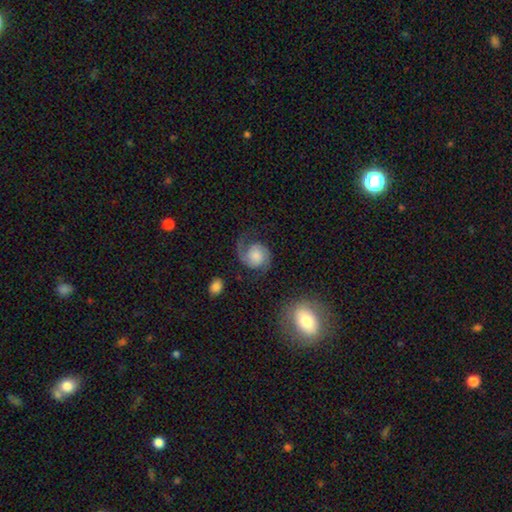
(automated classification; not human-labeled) Smooth or featured? Predicted: featured or disk (p=0.80). Edge-on disk? Predicted: no (p=0.98). Bar? Predicted: no (p=0.70). Spiral arms? Predicted: yes (p=0.97). Spiral winding? Predicted: medium (p=0.49). Spiral arm count? Predicted: 2 (p=0.83). Bulge size? Predicted: moderate (p=0.29). Merging? Predicted: none (p=0.68).